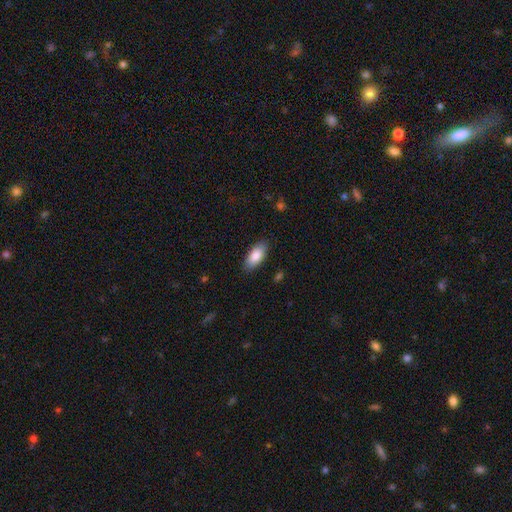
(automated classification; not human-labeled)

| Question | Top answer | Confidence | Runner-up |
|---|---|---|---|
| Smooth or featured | smooth | 87% | featured or disk (7%) |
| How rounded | in between | 90% | cigar-shaped (8%) |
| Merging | none | 87% | minor disturbance (10%) |